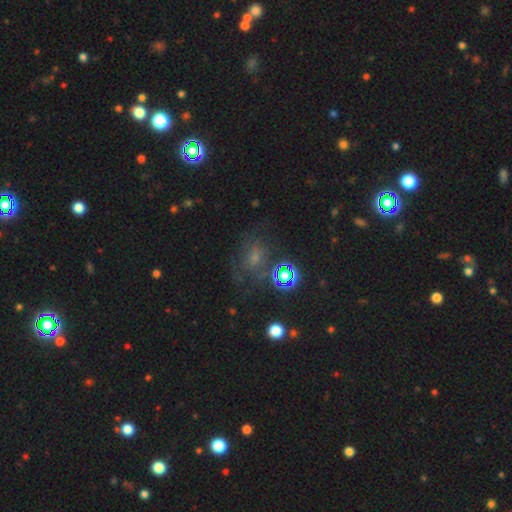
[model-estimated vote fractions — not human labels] Q: Smooth or featured?
A: star or artifact (41%); runner-up: smooth (35%)